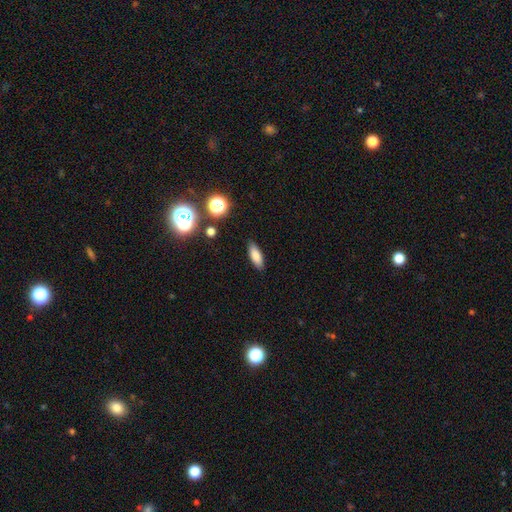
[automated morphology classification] Smooth or featured: smooth — 79% (featured or disk — 11%)
How rounded: in between — 66% (cigar-shaped — 31%)
Merging: none — 87% (minor disturbance — 9%)